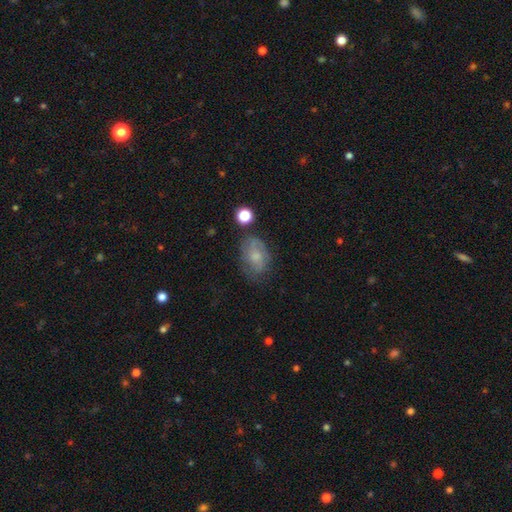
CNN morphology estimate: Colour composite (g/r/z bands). It shows a smooth galaxy with no disk features (55%) that is in between round and cigar-shaped (76%). Merging: none (59%).